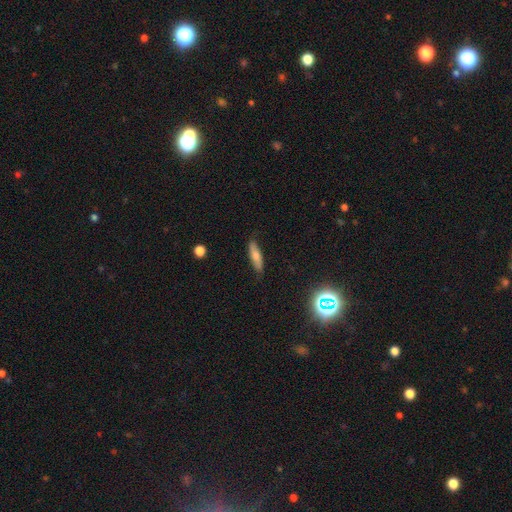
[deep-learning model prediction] This appears to be a smooth galaxy with no disk features (68%) that is cigar-shaped (62%). Merging: none (81%).